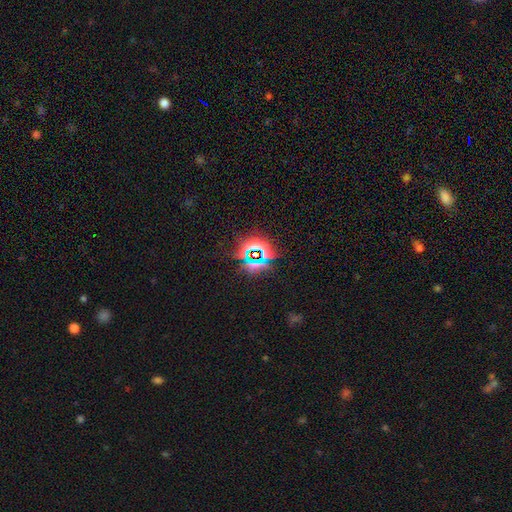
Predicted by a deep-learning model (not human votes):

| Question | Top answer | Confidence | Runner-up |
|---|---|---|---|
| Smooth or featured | star or artifact | 76% | smooth (15%) |